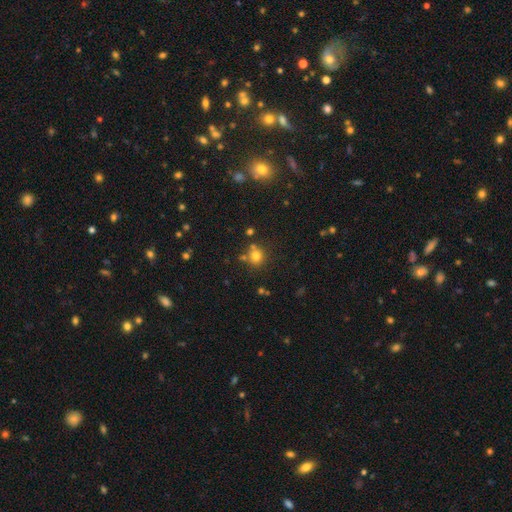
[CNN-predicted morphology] Smooth or featured: smooth — 74% (star or artifact — 17%)
How rounded: round — 86% (in between — 13%)
Merging: none — 70% (merger — 16%)